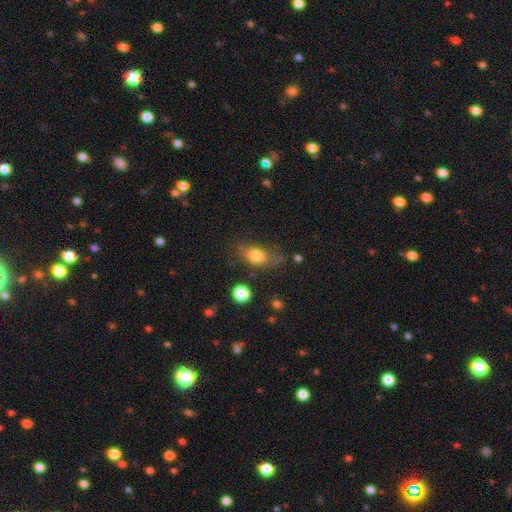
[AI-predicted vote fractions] Morphology: type=smooth (78%); roundness=in between (78%); merging=none (60%).